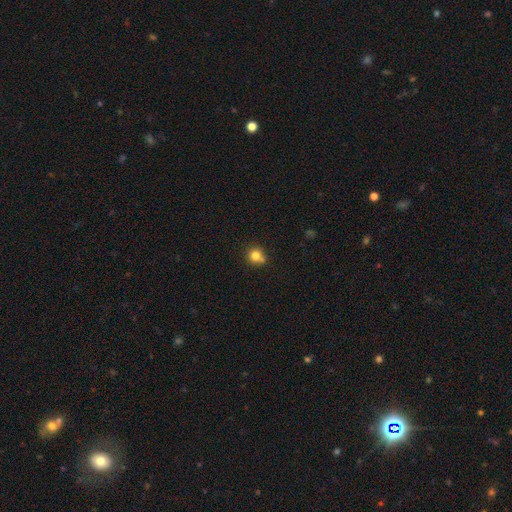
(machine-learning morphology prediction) Overall: smooth (80%). How rounded: round (88%). Merging: none (63%).